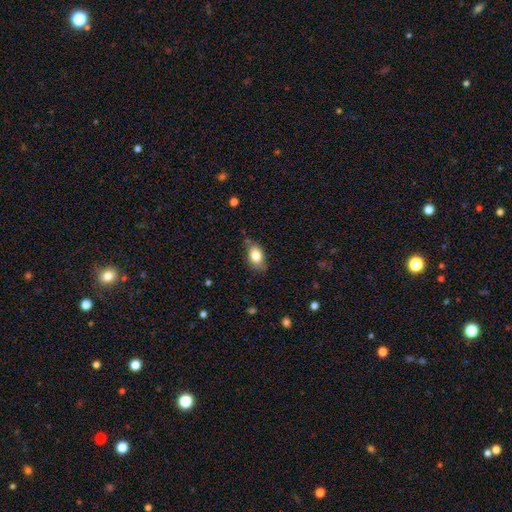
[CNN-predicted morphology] Overall: smooth (82%). How rounded: in between (88%). Merging: none (75%).